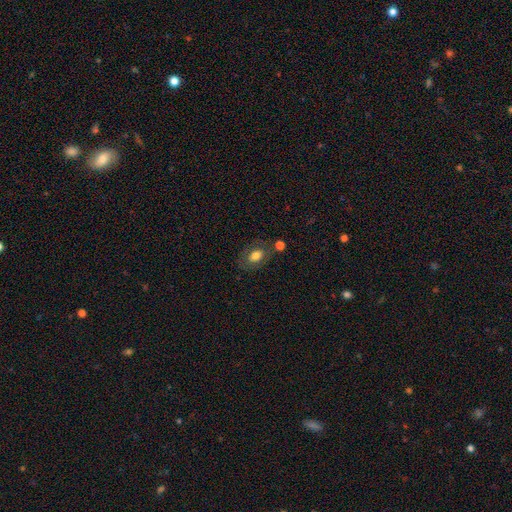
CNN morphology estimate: Smooth or featured: smooth — 67% (featured or disk — 23%)
How rounded: in between — 84% (round — 14%)
Merging: none — 69% (minor disturbance — 15%)